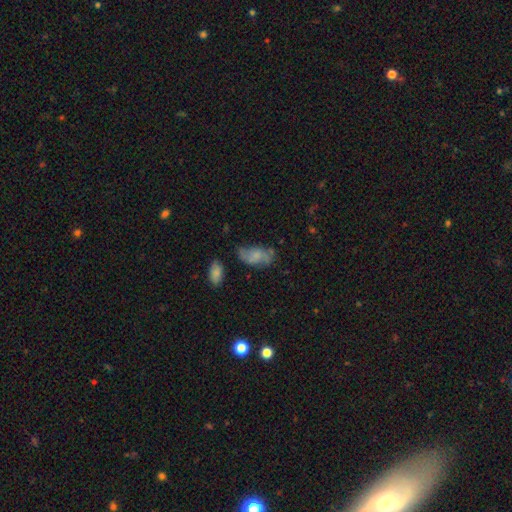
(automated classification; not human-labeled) Q: Smooth or featured?
A: smooth (52%); runner-up: featured or disk (38%)
Q: How rounded?
A: in between (91%); runner-up: round (5%)
Q: Merging?
A: none (52%); runner-up: minor disturbance (30%)